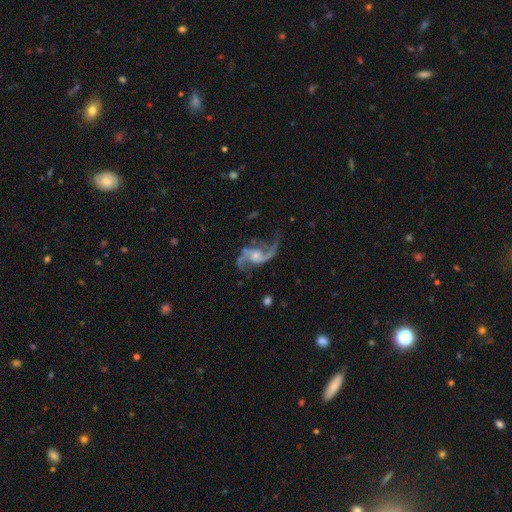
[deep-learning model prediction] This appears to be a featured or disk galaxy (90%) with no bar (53%), 2 (90%) loose (72%) spiral arms (97%) and a small central bulge (46%). Merging: none (64%).